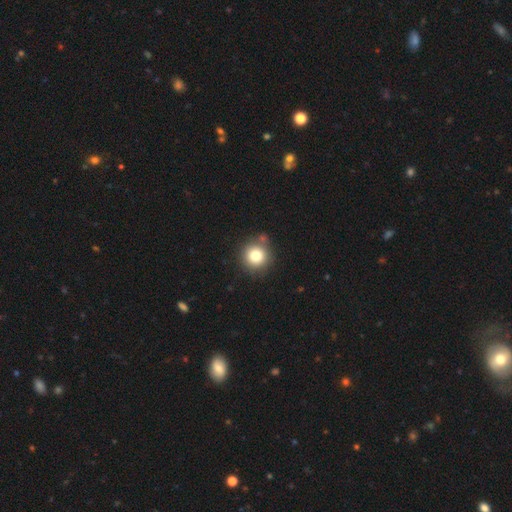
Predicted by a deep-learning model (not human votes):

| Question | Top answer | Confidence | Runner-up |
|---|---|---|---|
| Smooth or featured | smooth | 80% | star or artifact (11%) |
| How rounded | round | 93% | in between (6%) |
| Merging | none | 79% | minor disturbance (11%) |